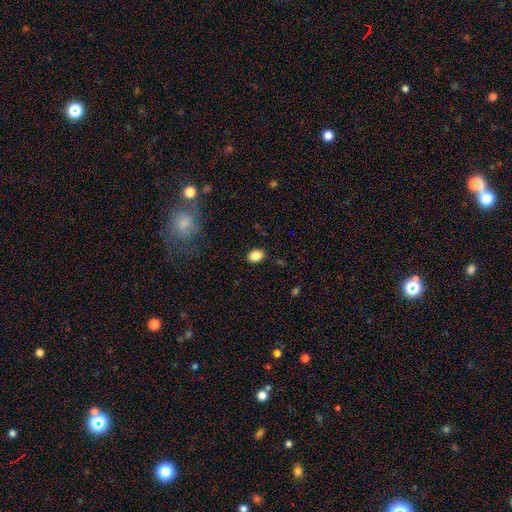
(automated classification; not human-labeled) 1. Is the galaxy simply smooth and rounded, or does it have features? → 86% smooth, 9% star or artifact, 5% featured or disk.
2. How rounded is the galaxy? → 67% in between, 32% round, 1% cigar-shaped.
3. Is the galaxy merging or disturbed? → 87% none, 9% minor disturbance, 3% major disturbance, 1% merger.